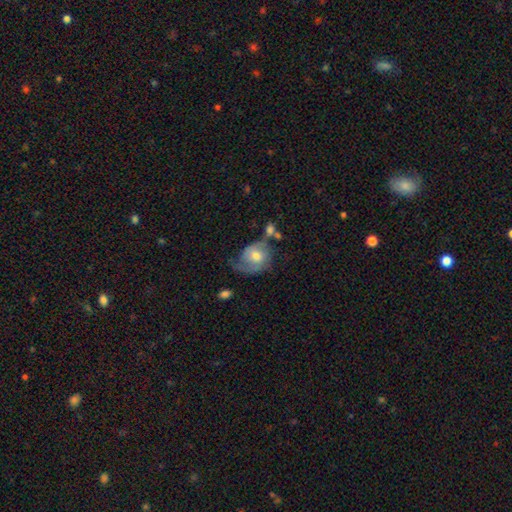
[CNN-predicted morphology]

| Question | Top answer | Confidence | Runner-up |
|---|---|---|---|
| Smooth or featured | featured or disk | 55% | smooth (38%) |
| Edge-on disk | no | 97% | yes (3%) |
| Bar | no | 69% | weak (26%) |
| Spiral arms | yes | 81% | no (19%) |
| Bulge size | moderate | 65% | small (23%) |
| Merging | none | 38% | minor disturbance (27%) |